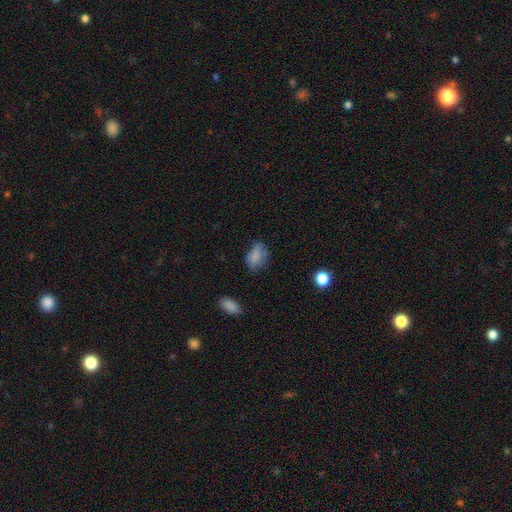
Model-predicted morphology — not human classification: Smooth or featured? Predicted: smooth (p=0.79). How rounded? Predicted: in between (p=0.86). Merging? Predicted: none (p=0.55).